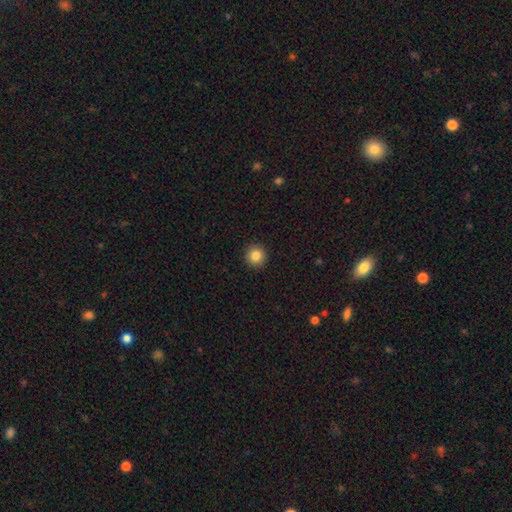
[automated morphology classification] Smooth or featured?
  - smooth: 84% *
  - star or artifact: 10%
  - featured or disk: 5%
How rounded?
  - round: 94% *
  - in between: 5%
  - cigar-shaped: 1%
Merging?
  - none: 93% *
  - minor disturbance: 4%
  - major disturbance: 1%
  - merger: 1%